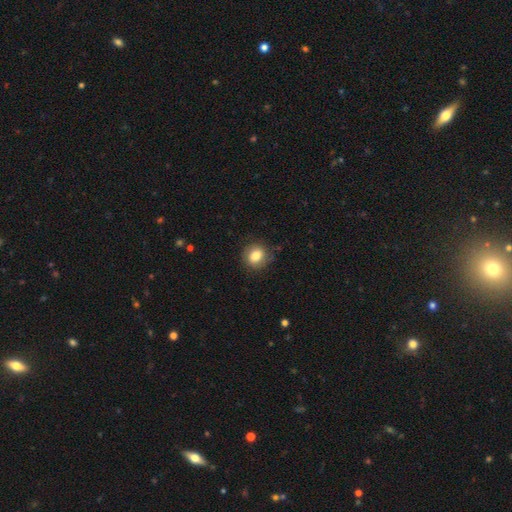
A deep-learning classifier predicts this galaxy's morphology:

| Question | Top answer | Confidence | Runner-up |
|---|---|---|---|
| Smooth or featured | smooth | 81% | featured or disk (10%) |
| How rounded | round | 74% | in between (25%) |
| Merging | none | 82% | minor disturbance (13%) |